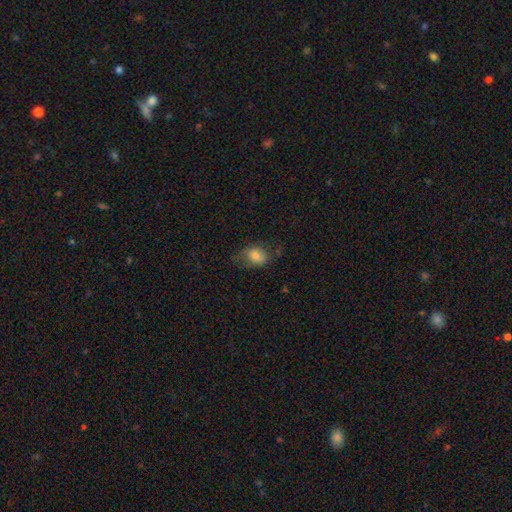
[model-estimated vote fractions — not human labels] This appears to be a smooth galaxy with no disk features (73%) that is in between round and cigar-shaped (71%). Merging: none (56%).